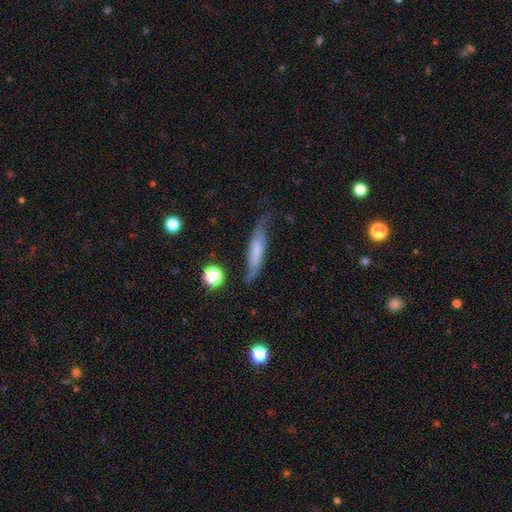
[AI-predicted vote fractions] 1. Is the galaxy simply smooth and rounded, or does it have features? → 46% featured or disk, 45% smooth, 8% star or artifact.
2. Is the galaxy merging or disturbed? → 66% none, 24% minor disturbance, 8% major disturbance, 2% merger.